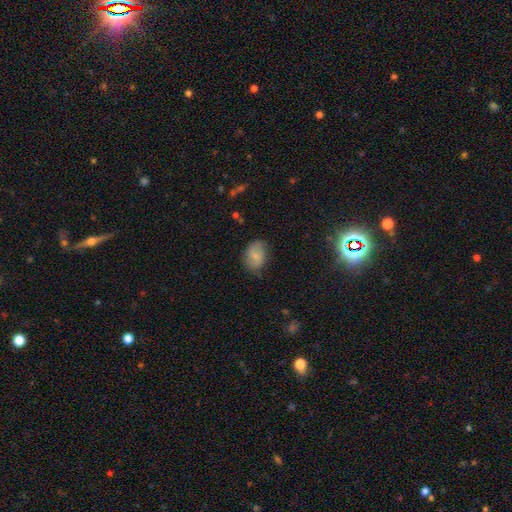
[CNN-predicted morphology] type=smooth (72%); roundness=in between (73%); merging=none (69%).